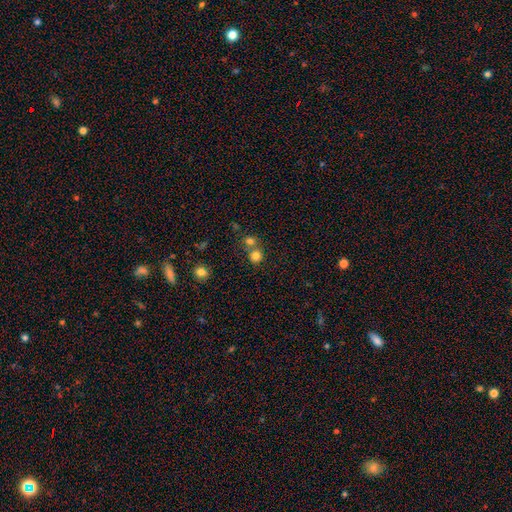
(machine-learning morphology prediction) smooth-or-featured: smooth: 79% | star or artifact: 14% | featured or disk: 7%
  how-rounded: round: 89% | in between: 10% | cigar-shaped: 1%
  merging: none: 55% | merger: 36% | minor disturbance: 6% | major disturbance: 3%